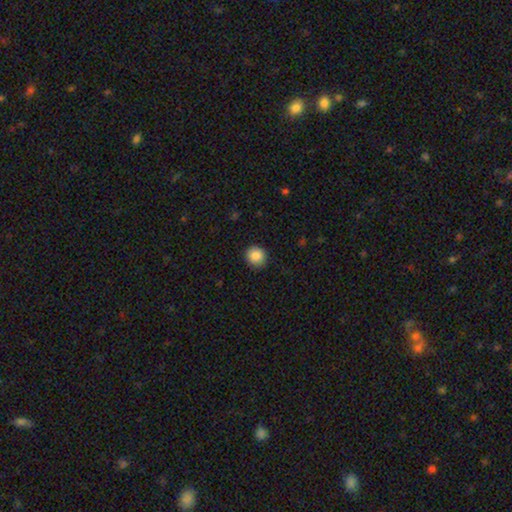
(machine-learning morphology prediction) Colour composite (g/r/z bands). It shows a smooth galaxy with no disk features (88%) that is round (89%). Merging: none (88%).